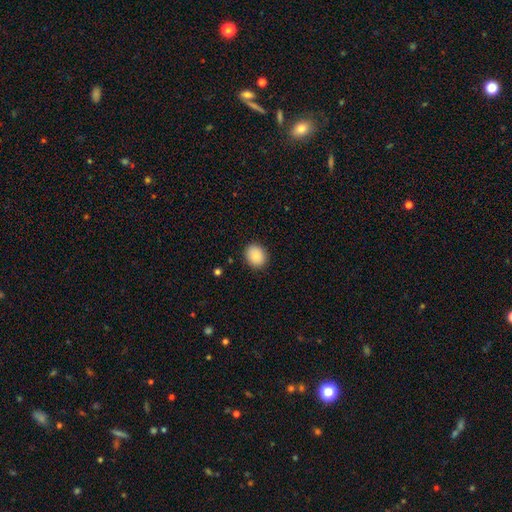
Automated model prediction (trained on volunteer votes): This is clearly a smooth galaxy (88%). How rounded: likely round (62%). Merging: clearly none (89%).